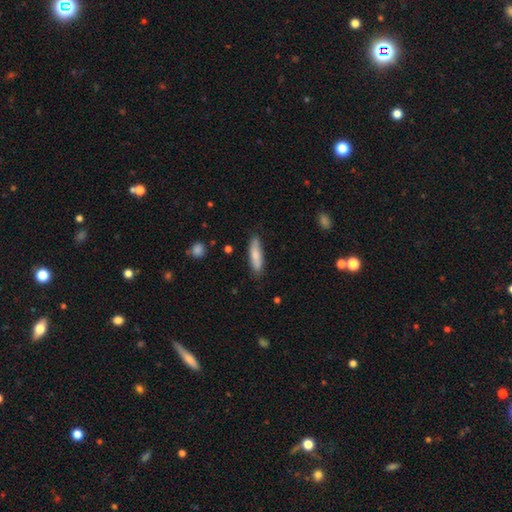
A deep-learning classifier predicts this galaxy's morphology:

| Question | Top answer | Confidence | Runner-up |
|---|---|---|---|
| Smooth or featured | smooth | 80% | featured or disk (15%) |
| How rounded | cigar-shaped | 65% | in between (33%) |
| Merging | none | 82% | minor disturbance (14%) |